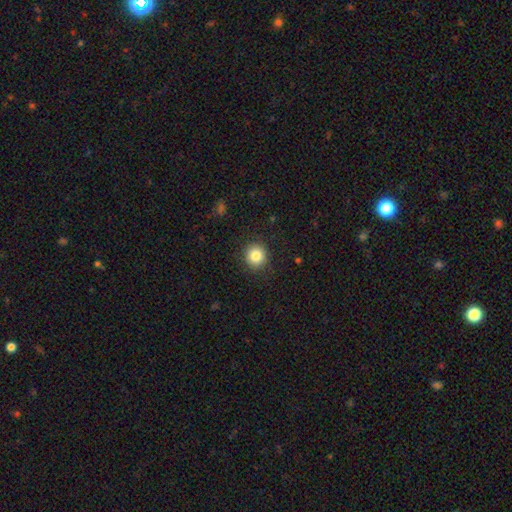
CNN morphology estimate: This is clearly a smooth galaxy (84%). How rounded: clearly round (92%). Merging: clearly none (90%).